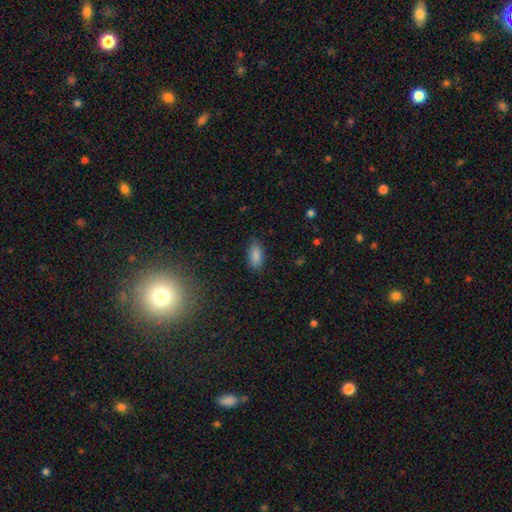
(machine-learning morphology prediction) smooth 87%, star or artifact 8%, featured or disk 5%. Down the decision tree: how rounded — in between (88%); merging — none (81%).